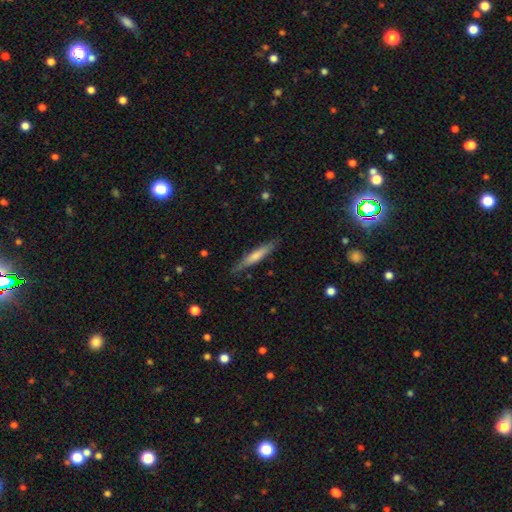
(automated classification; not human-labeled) smooth 53%, featured or disk 41%, star or artifact 6%. Down the decision tree: how rounded — cigar-shaped (92%); merging — none (86%).